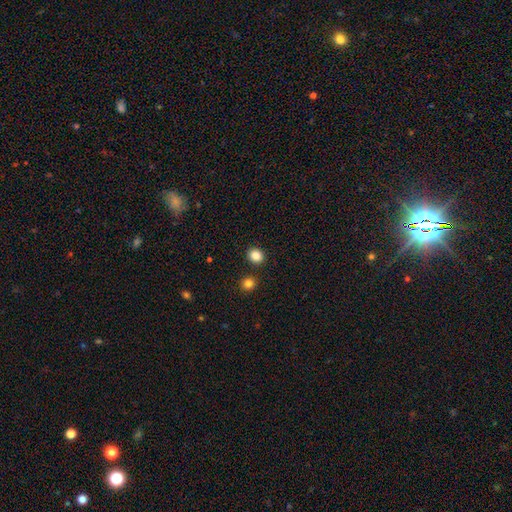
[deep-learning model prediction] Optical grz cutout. It shows a smooth galaxy with no disk features (85%) that is round (72%). Merging: none (87%).